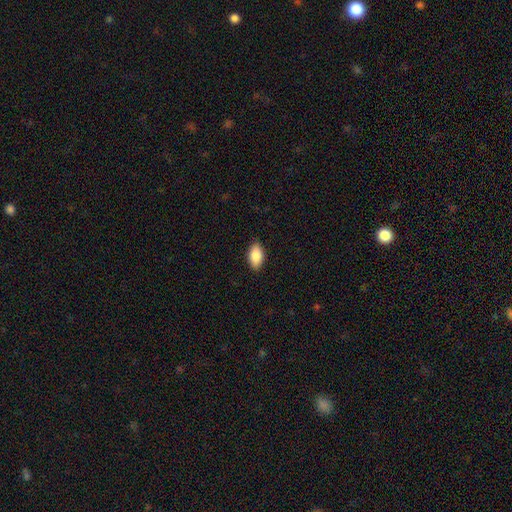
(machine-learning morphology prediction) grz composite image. It shows a smooth galaxy with no disk features (85%) that is in between round and cigar-shaped (92%). Merging: none (88%).